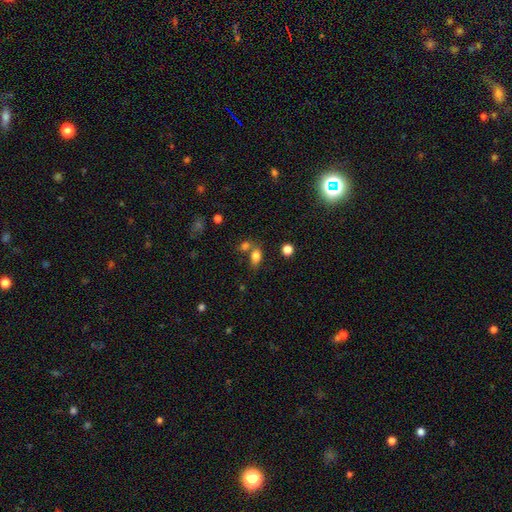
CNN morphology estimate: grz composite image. It shows a smooth galaxy with no disk features (81%) that is in between round and cigar-shaped (83%). Merging: none (55%).